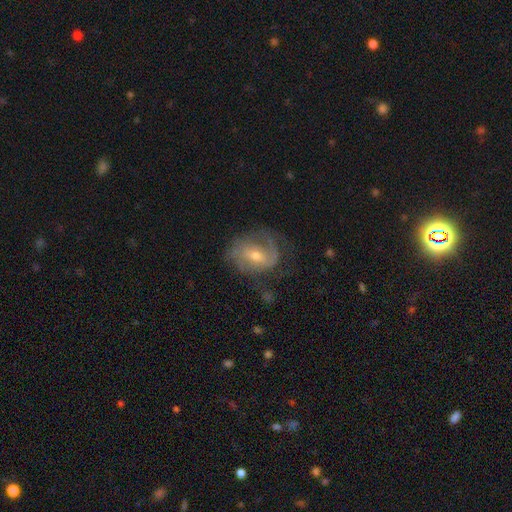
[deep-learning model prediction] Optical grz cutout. It shows a featured or disk galaxy (76%) with a weak bar (49%), 2 (50%) medium (41%) spiral arms (88%) and a moderate central bulge (49%). Merging: none (58%).